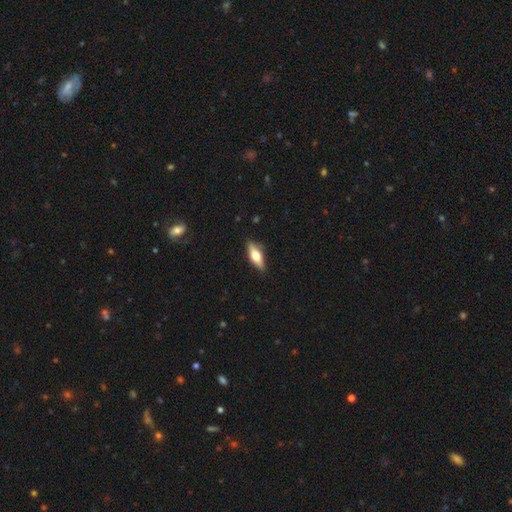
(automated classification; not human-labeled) A smooth galaxy with no disk features (53%) that is in between round and cigar-shaped (59%). Merging: none (86%).